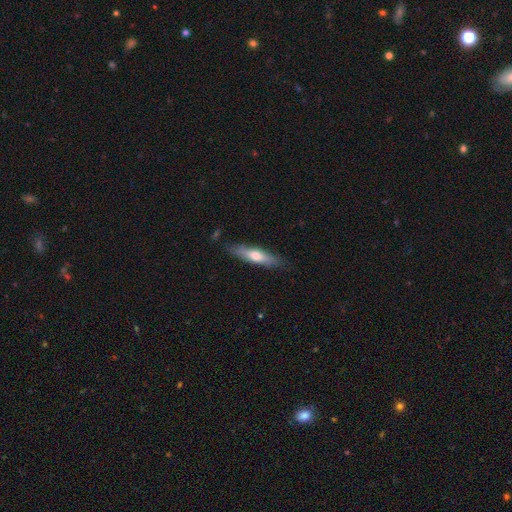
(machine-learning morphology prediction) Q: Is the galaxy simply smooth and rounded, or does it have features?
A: smooth — 58%.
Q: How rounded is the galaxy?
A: cigar-shaped — 72%.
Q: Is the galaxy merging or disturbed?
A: none — 82%.